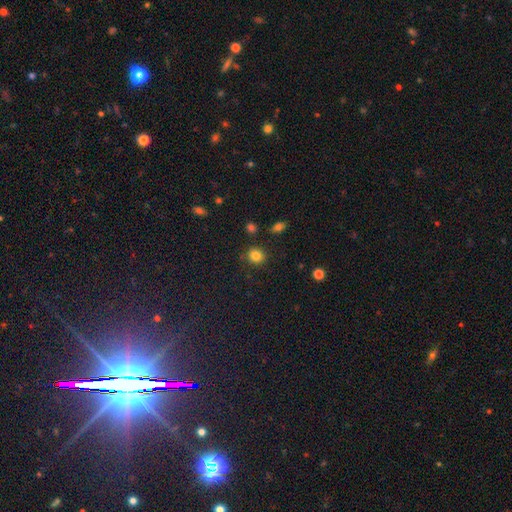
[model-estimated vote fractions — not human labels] Smooth or featured? smooth (83%)
How rounded? round (79%)
Merging? none (84%)